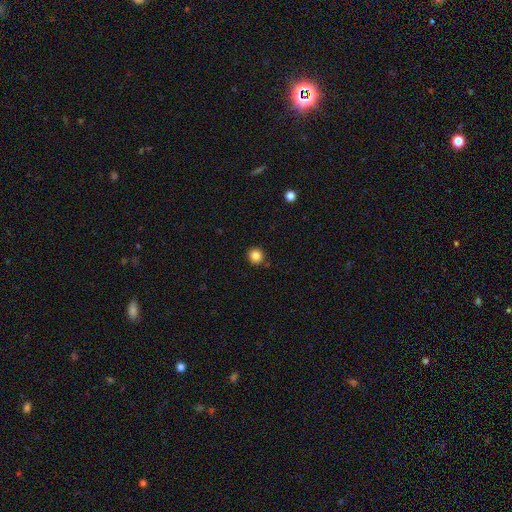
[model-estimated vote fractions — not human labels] Morphology: type=smooth (85%); roundness=round (90%); merging=none (89%).